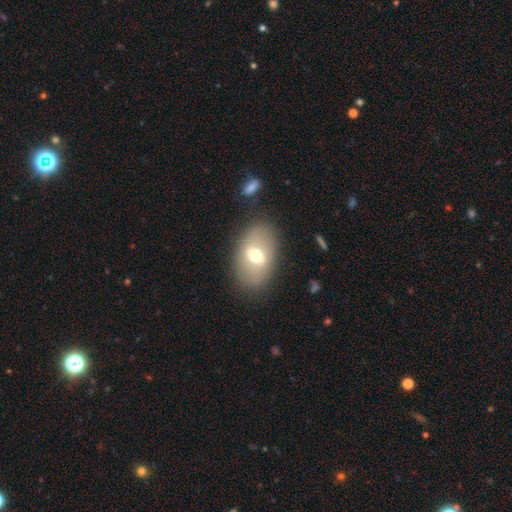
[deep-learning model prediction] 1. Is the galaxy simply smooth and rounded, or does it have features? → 55% smooth, 37% featured or disk, 9% star or artifact.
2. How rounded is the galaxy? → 83% in between, 16% round, 1% cigar-shaped.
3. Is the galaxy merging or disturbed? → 82% none, 11% minor disturbance, 5% major disturbance, 2% merger.